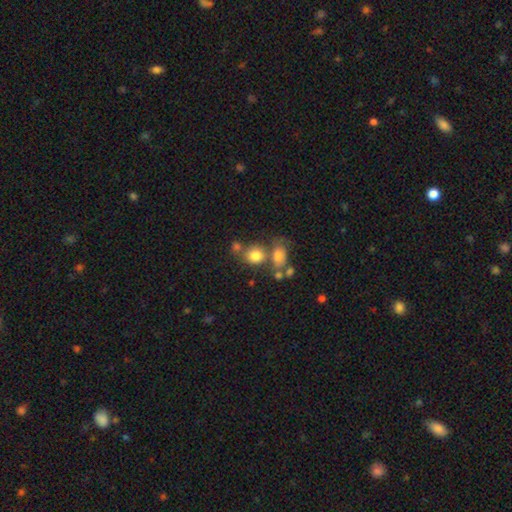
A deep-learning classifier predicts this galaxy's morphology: Smooth or featured? smooth (78%)
How rounded? round (72%)
Merging? none (49%)